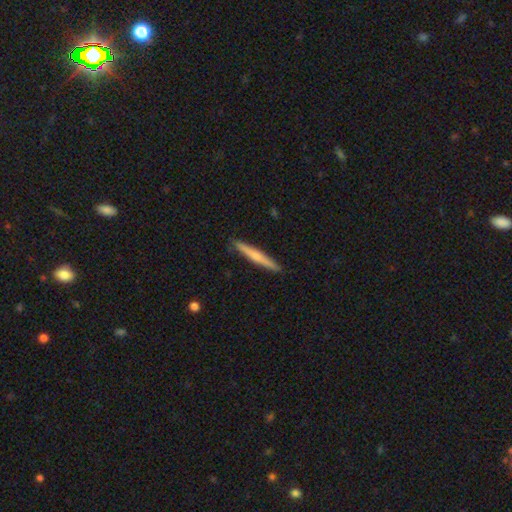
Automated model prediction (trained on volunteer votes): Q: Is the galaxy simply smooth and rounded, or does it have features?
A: featured or disk — 49%.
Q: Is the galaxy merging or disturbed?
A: none — 92%.